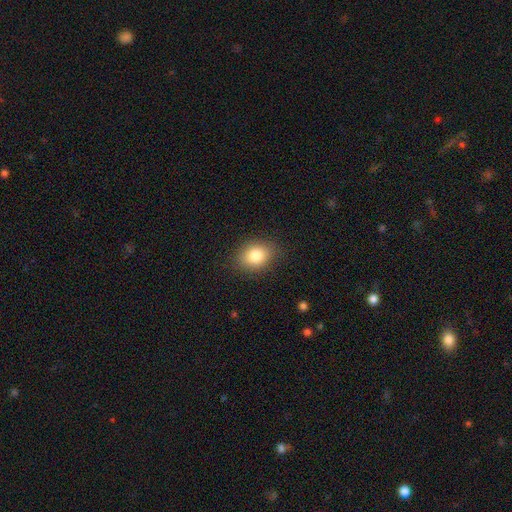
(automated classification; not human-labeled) Smooth or featured? Predicted: smooth (p=0.83). How rounded? Predicted: in between (p=0.59). Merging? Predicted: none (p=0.86).